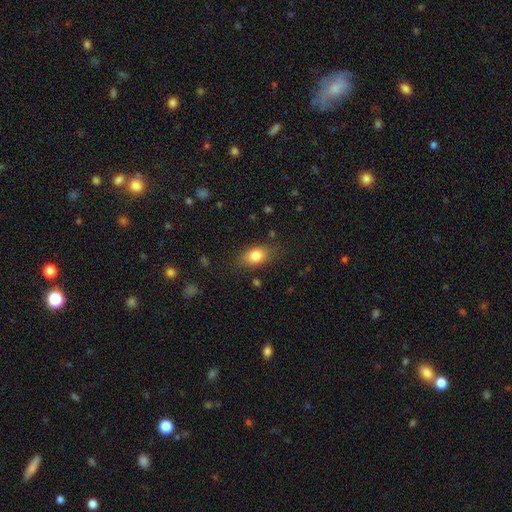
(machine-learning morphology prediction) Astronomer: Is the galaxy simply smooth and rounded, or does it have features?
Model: smooth — 82%.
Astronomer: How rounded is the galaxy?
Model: in between — 79%.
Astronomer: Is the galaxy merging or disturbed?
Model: none — 79%.